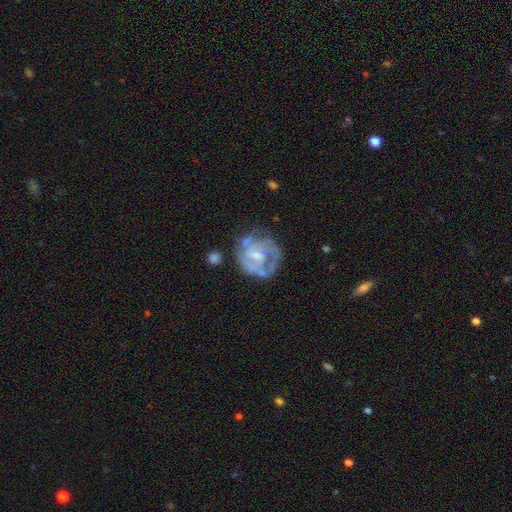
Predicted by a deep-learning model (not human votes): Smooth or featured? featured or disk (72%)
Edge-on disk? no (98%)
Bar? no (53%)
Spiral arms? yes (65%)
Bulge size? small (46%)
Merging? none (52%)